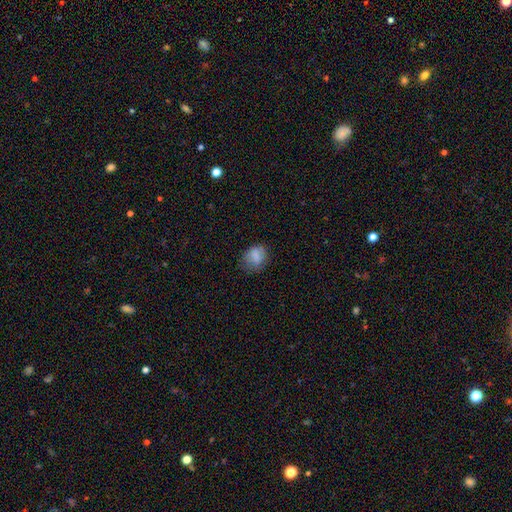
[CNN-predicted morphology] The model was most divided on "how rounded": in between: 51%, round: 47%, cigar-shaped: 1%. More confident: smooth or featured — smooth (77%); merging — none (63%).